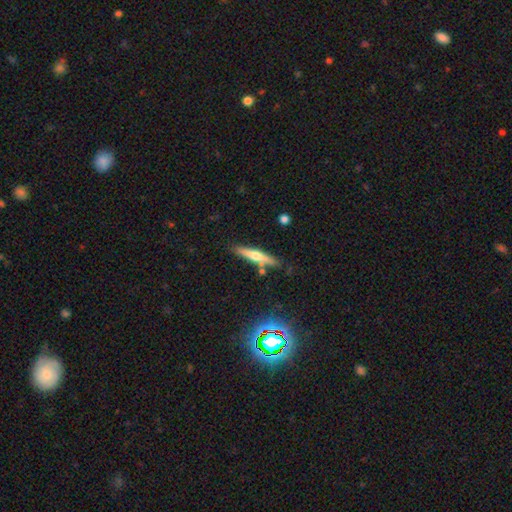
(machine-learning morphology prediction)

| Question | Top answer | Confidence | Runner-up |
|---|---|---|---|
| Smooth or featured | featured or disk | 50% | smooth (43%) |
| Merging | none | 80% | minor disturbance (11%) |